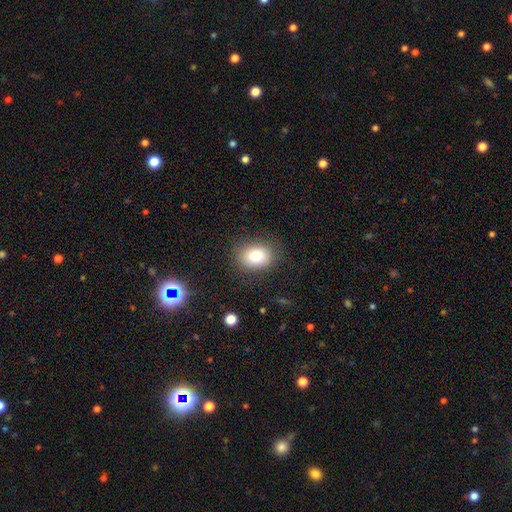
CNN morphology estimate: This is clearly a smooth galaxy (80%). How rounded: likely in between (63%). Merging: clearly none (81%).